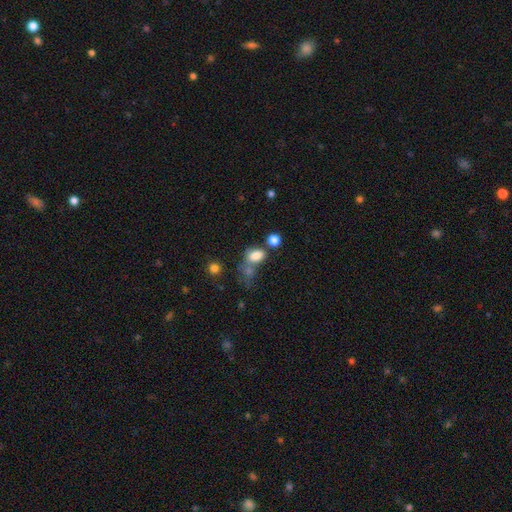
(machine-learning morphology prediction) The model was most divided on "merging": none: 41%, merger: 32%, minor disturbance: 16%, major disturbance: 10%. More confident: smooth or featured — smooth (79%); how rounded — in between (78%).